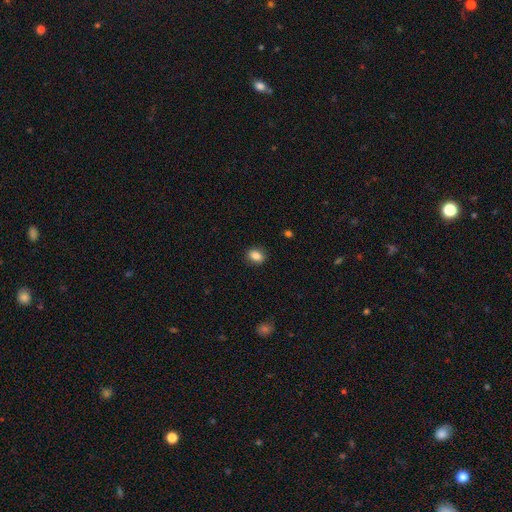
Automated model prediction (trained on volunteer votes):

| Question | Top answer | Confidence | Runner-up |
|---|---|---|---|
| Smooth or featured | smooth | 86% | star or artifact (9%) |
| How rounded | in between | 69% | round (29%) |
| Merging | none | 87% | minor disturbance (9%) |